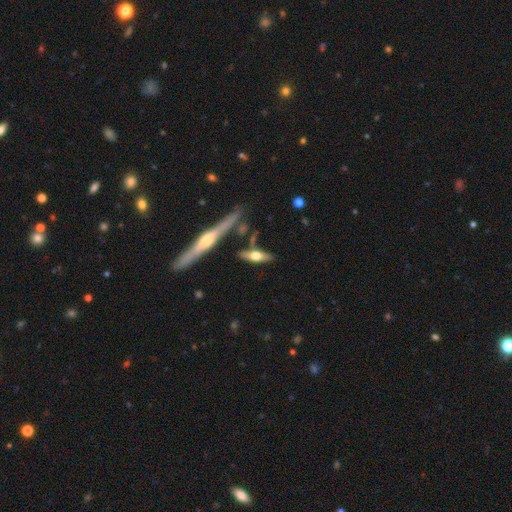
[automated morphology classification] Smooth or featured?
  - featured or disk: 51% *
  - smooth: 42%
  - star or artifact: 6%
Edge-on disk?
  - yes: 91% *
  - no: 9%
Merging?
  - none: 73% *
  - minor disturbance: 14%
  - merger: 8%
  - major disturbance: 4%